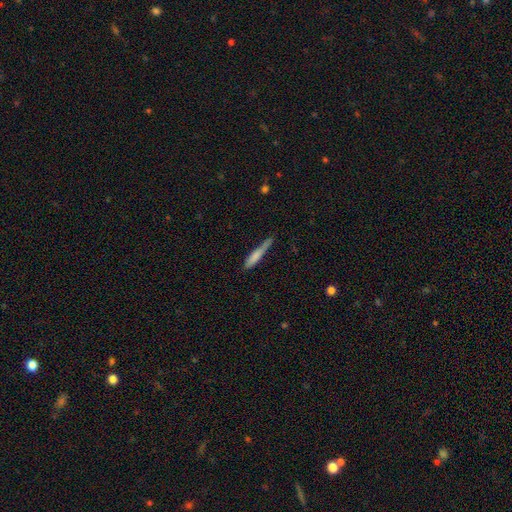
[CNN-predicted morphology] type=smooth (73%); roundness=cigar-shaped (90%); merging=none (53%).